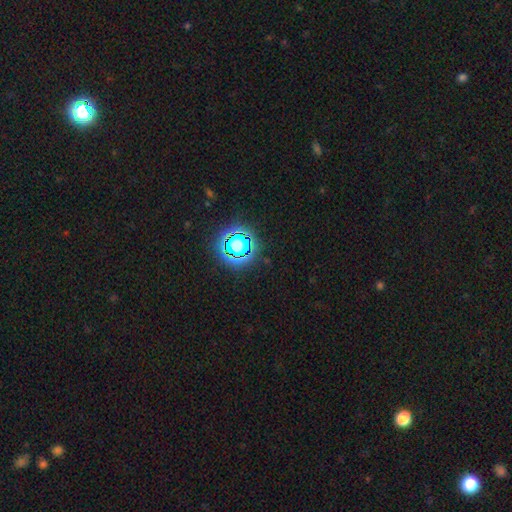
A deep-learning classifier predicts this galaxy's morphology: smooth_or_featured: star or artifact (p=0.81) [alt: smooth p=0.13]